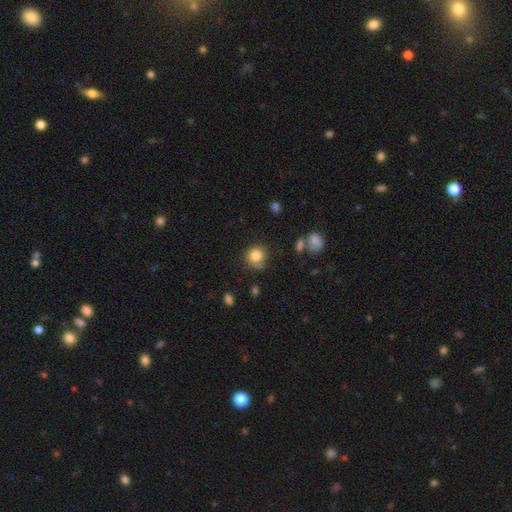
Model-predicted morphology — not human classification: smooth_or_featured: smooth (p=0.82) [alt: star or artifact p=0.10]
how_rounded: round (p=0.87) [alt: in between p=0.12]
merging: none (p=0.66) [alt: minor disturbance p=0.22]